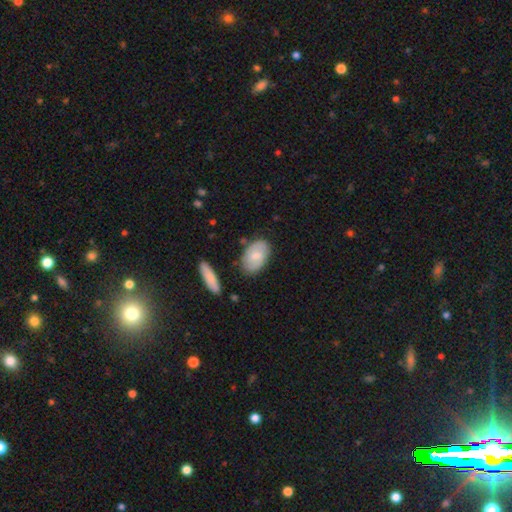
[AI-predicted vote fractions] smooth 70%, featured or disk 24%, star or artifact 5%. Down the decision tree: how rounded — in between (91%); merging — none (77%).